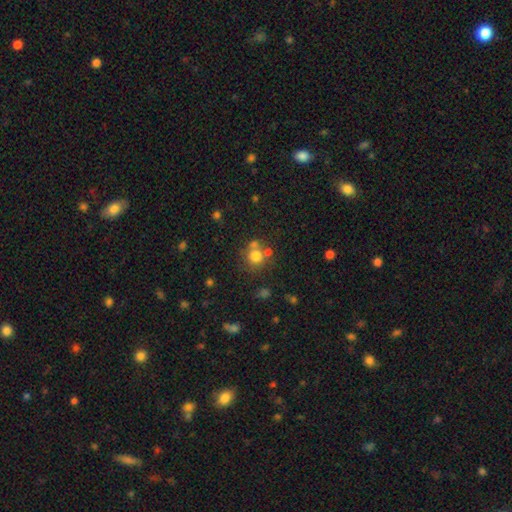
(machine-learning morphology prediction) Overall: smooth (74%). How rounded: round (88%). Merging: none (60%; merger 25%).